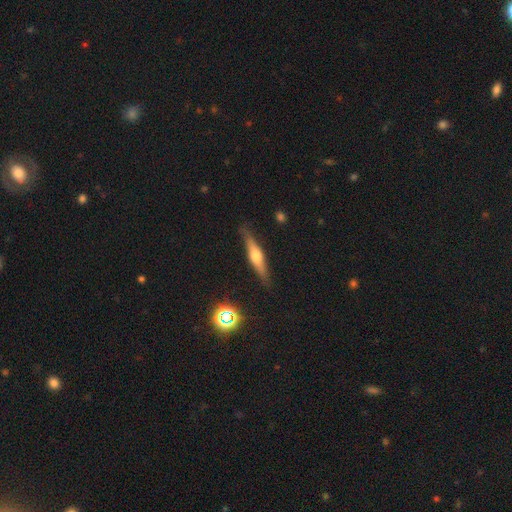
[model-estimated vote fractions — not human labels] smooth_or_featured: featured or disk (p=0.60) [alt: smooth p=0.32]
disk_edge_on: yes (p=0.95) [alt: no p=0.05]
edge_on_bulge: rounded (p=0.86) [alt: boxy p=0.09]
merging: none (p=0.85) [alt: minor disturbance p=0.11]